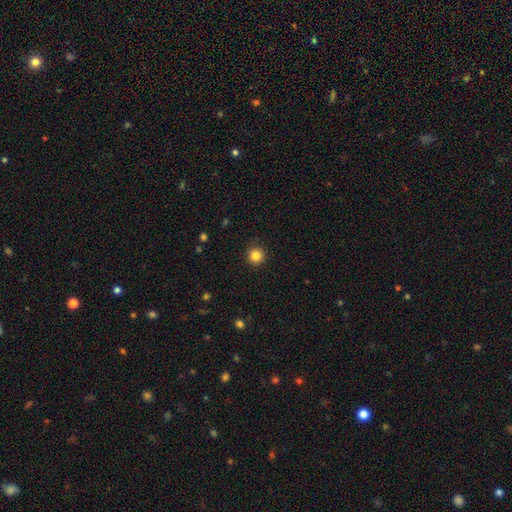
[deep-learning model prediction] smooth-or-featured: smooth: 84% | star or artifact: 11% | featured or disk: 4%
  how-rounded: round: 95% | in between: 4% | cigar-shaped: 1%
  merging: none: 91% | minor disturbance: 6% | major disturbance: 2% | merger: 1%